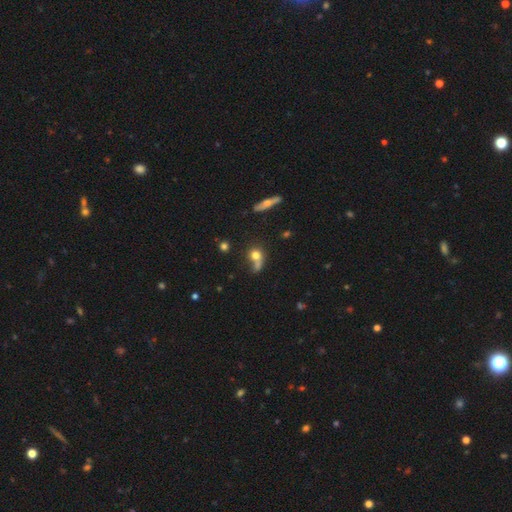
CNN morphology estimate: smooth_or_featured: smooth (p=0.68) [alt: featured or disk p=0.19]
how_rounded: round (p=0.63) [alt: in between p=0.31]
merging: none (p=0.38) [alt: merger p=0.30]